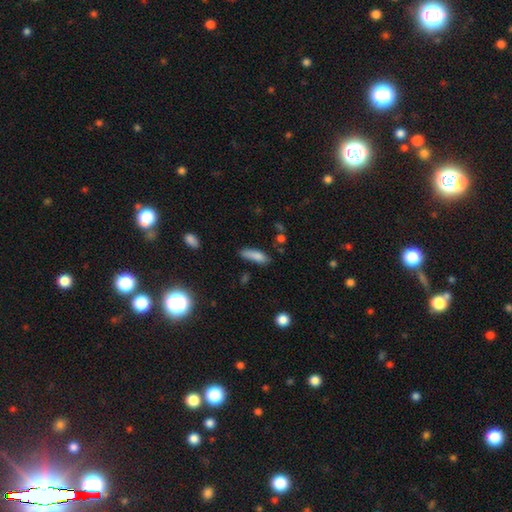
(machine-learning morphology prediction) This is clearly a smooth galaxy (82%). How rounded: possibly cigar-shaped (52%). Merging: likely none (67%).